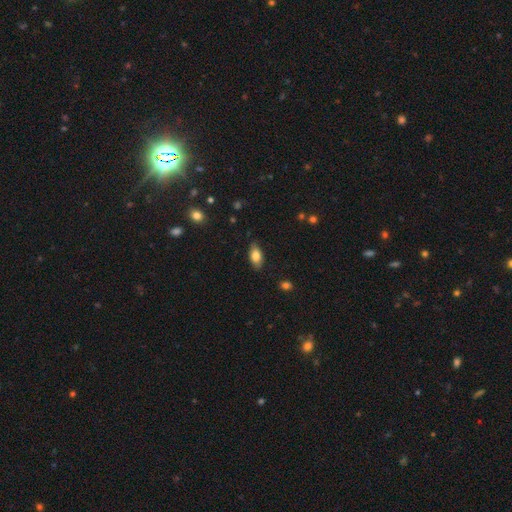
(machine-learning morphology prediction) Overall: smooth (80%). How rounded: in between (89%). Merging: none (81%).